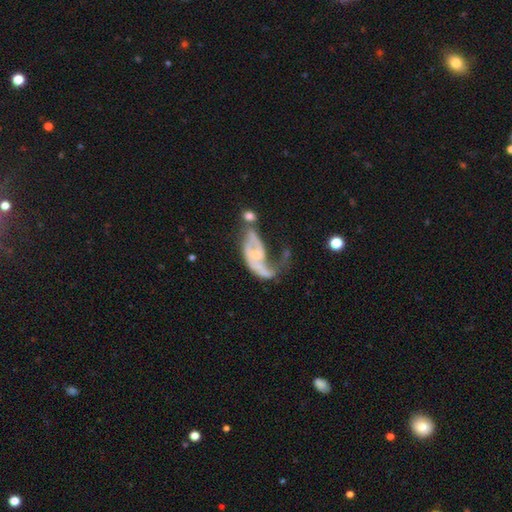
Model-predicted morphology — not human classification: This appears to be a featured or disk galaxy (78%) with no bar (60%), 2 (52%) loose (48%) spiral arms (81%) and a small central bulge (58%). Merging: major disturbance (37%).